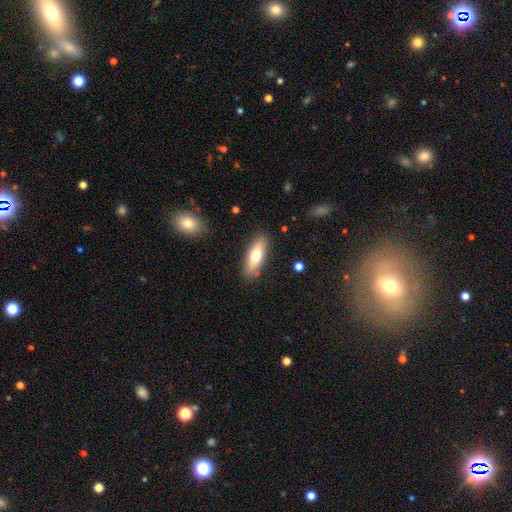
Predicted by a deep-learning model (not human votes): Smooth or featured? Predicted: smooth (p=0.68). How rounded? Predicted: in between (p=0.64). Merging? Predicted: none (p=0.85).